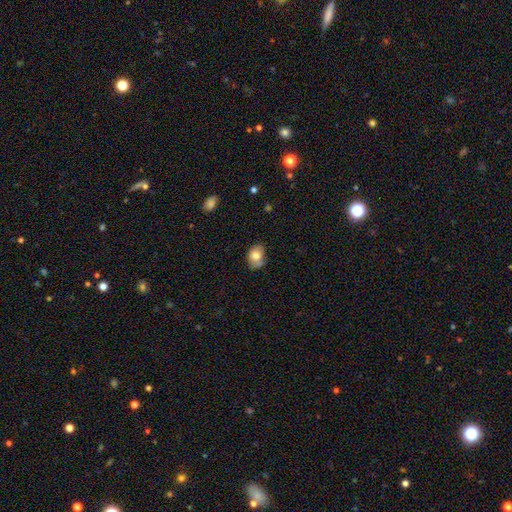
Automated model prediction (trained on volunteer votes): The model was most divided on "merging": none: 59%, minor disturbance: 30%, major disturbance: 8%, merger: 3%. More confident: smooth or featured — smooth (75%); how rounded — in between (74%).